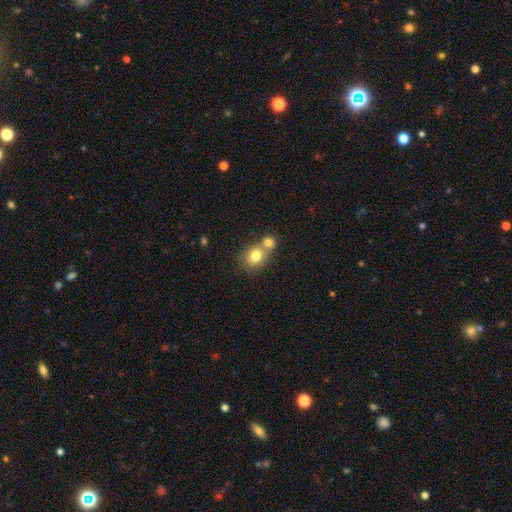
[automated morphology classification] This is likely a smooth galaxy (78%). How rounded: likely round (68%). Merging: possibly merger (54%).